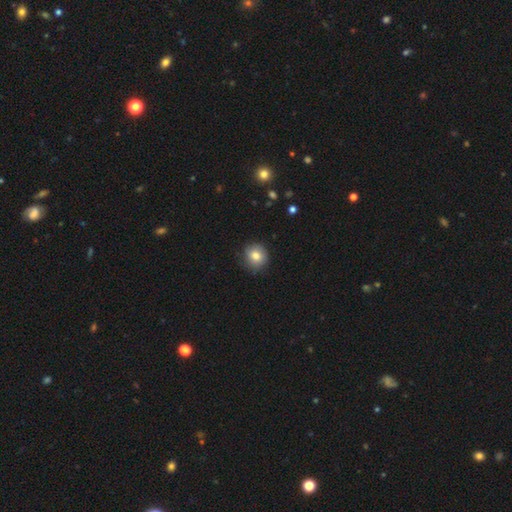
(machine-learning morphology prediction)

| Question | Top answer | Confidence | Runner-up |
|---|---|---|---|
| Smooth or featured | smooth | 81% | featured or disk (10%) |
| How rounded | round | 88% | in between (11%) |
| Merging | none | 81% | minor disturbance (15%) |